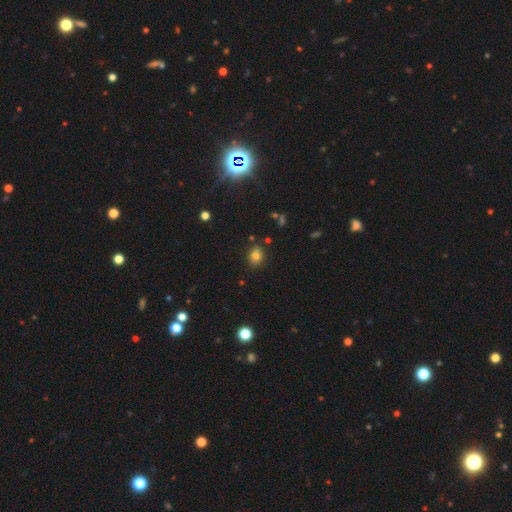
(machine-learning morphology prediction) Q: Smooth or featured?
A: smooth (76%); runner-up: star or artifact (15%)
Q: How rounded?
A: in between (51%); runner-up: round (47%)
Q: Merging?
A: none (81%); runner-up: minor disturbance (13%)